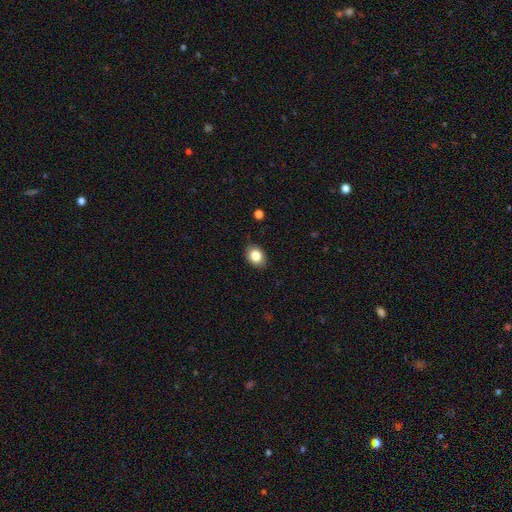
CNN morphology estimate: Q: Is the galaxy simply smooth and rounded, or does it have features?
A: smooth — 83%.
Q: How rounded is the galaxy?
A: in between — 64%.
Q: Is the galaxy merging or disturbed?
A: none — 86%.